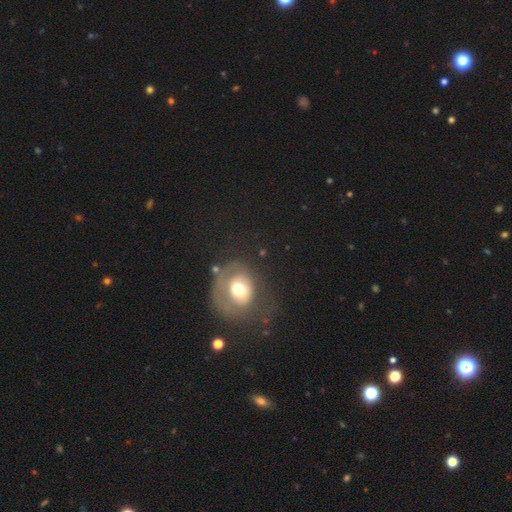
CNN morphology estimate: smooth_or_featured: featured or disk (p=0.40) [alt: smooth p=0.38]
merging: none (p=0.70) [alt: minor disturbance p=0.14]